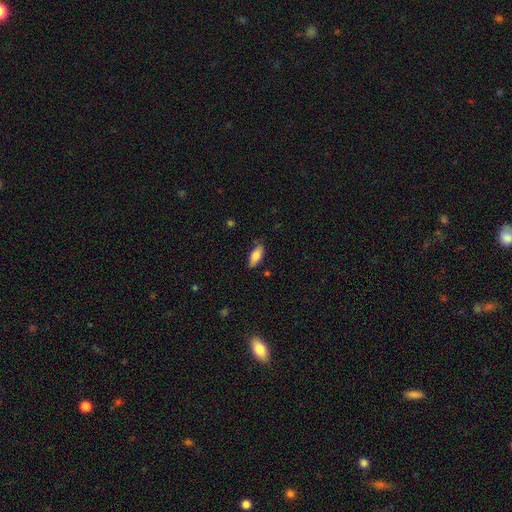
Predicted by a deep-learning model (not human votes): This is likely a smooth galaxy (80%). How rounded: likely in between (78%). Merging: clearly none (82%).